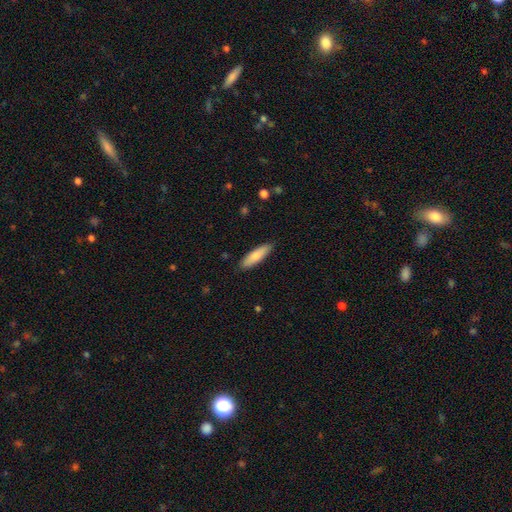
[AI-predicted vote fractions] smooth-or-featured: smooth: 80% | featured or disk: 14% | star or artifact: 6%
  how-rounded: cigar-shaped: 62% | in between: 36% | round: 2%
  merging: none: 87% | minor disturbance: 10% | major disturbance: 2% | merger: 1%